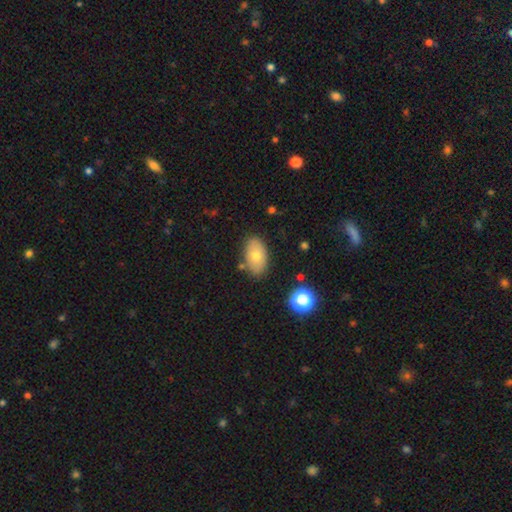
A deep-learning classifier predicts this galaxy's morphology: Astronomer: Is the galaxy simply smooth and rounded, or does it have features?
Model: smooth — 68%.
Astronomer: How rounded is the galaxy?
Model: in between — 91%.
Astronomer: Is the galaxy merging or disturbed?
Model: none — 81%.